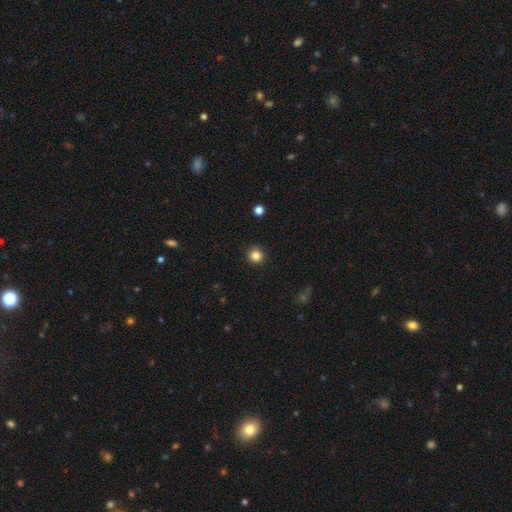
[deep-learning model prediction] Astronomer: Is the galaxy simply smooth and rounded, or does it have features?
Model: smooth — 84%.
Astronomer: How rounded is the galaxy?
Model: round — 94%.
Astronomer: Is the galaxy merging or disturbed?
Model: none — 92%.